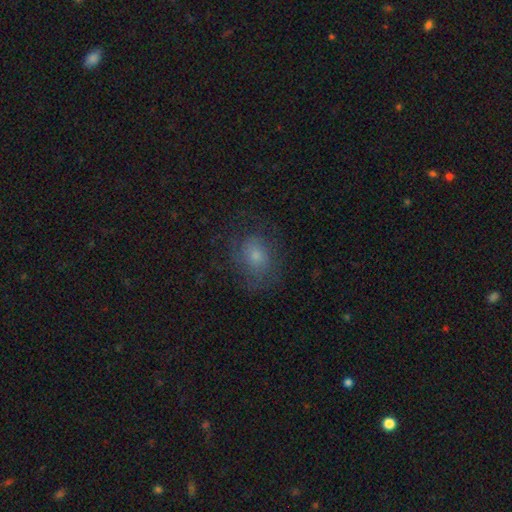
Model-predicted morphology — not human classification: Q: Smooth or featured?
A: smooth (61%); runner-up: featured or disk (28%)
Q: How rounded?
A: round (52%); runner-up: in between (47%)
Q: Merging?
A: none (64%); runner-up: minor disturbance (19%)